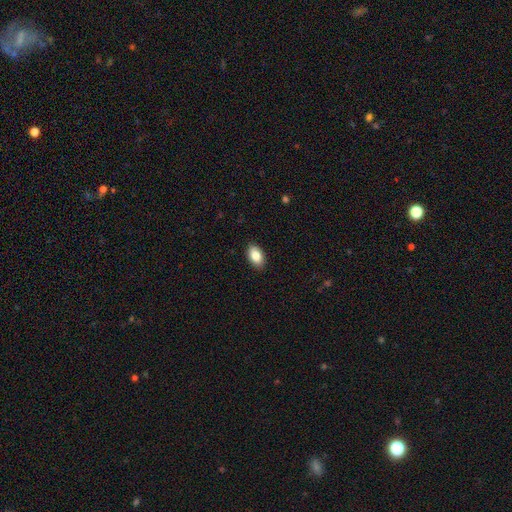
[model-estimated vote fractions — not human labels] A smooth galaxy with no disk features (86%) that is in between round and cigar-shaped (91%).

Vote fractions:
- Smooth or featured? smooth: 86% / featured or disk: 7% / star or artifact: 7%
- How rounded? in between: 91% / round: 7% / cigar-shaped: 1%
- Merging? none: 89% / minor disturbance: 8% / major disturbance: 2% / merger: 1%